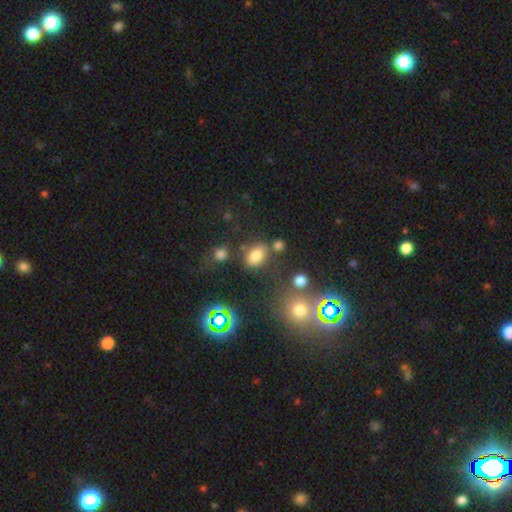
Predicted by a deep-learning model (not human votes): smooth_or_featured: smooth (p=0.76) [alt: star or artifact p=0.16]
how_rounded: in between (p=0.78) [alt: round p=0.20]
merging: none (p=0.68) [alt: minor disturbance p=0.15]